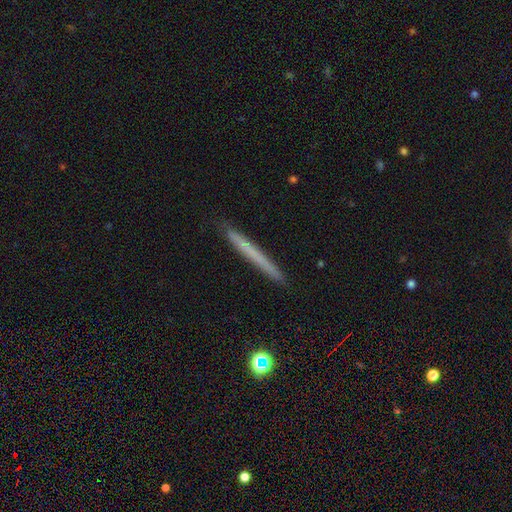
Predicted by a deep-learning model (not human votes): Overall: smooth (58%; featured or disk 35%). How rounded: cigar-shaped (97%). Merging: none (90%).